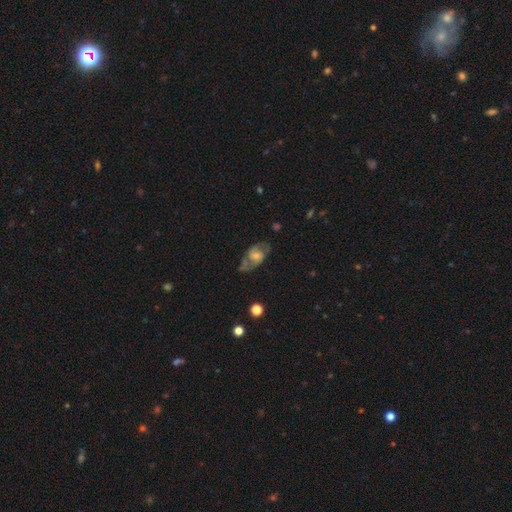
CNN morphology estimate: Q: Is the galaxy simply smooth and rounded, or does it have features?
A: featured or disk — 70%.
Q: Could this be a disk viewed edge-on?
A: no — 93%.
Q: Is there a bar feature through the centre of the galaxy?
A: no — 57%.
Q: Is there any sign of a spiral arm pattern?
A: yes — 83%.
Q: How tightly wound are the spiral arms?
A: medium — 50%.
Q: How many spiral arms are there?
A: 2 — 78%.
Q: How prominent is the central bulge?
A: small — 43%.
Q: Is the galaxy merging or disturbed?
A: none — 65%.